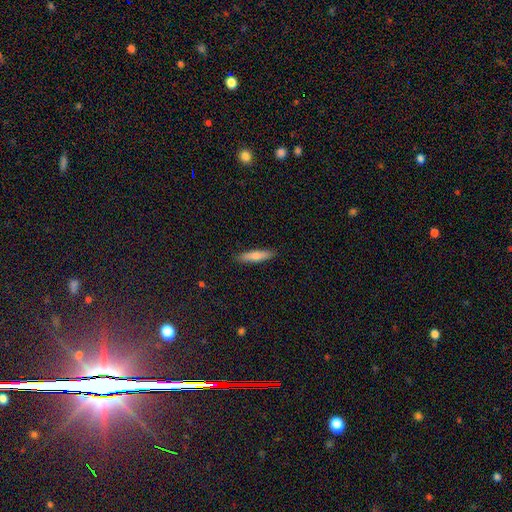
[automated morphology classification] smooth-or-featured: smooth: 73% | featured or disk: 21% | star or artifact: 6%
  how-rounded: cigar-shaped: 81% | in between: 18% | round: 2%
  merging: none: 90% | minor disturbance: 8% | major disturbance: 2% | merger: 1%